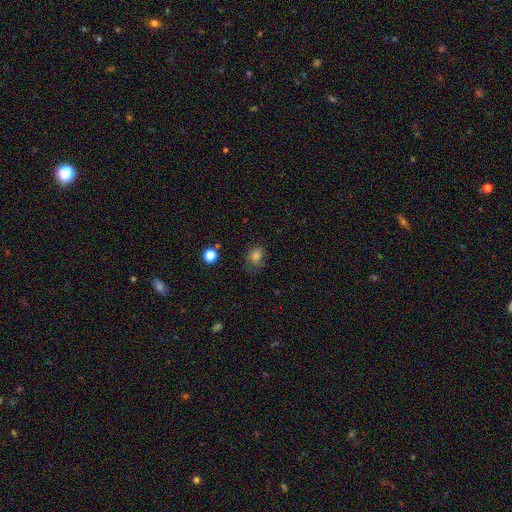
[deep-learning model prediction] This is likely a smooth galaxy (78%). How rounded: possibly in between (51%). Merging: likely none (72%).